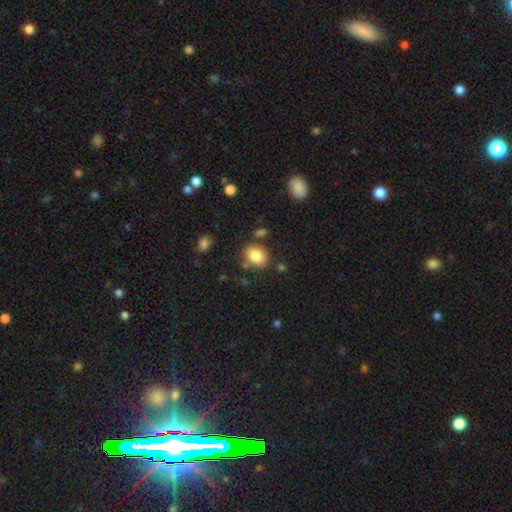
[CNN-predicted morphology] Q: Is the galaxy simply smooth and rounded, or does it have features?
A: smooth — 86%.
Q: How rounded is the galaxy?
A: in between — 63%.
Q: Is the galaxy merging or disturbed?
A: none — 77%.